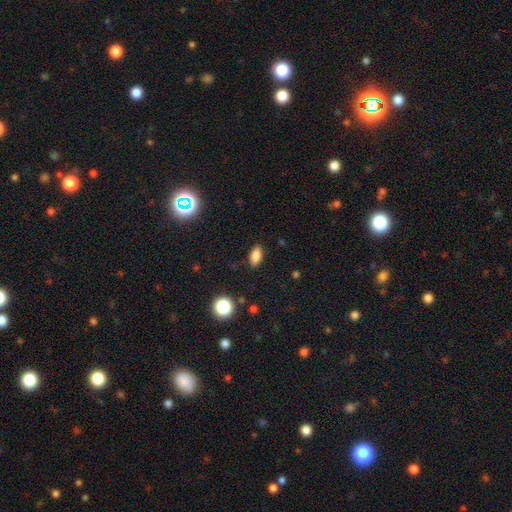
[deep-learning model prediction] The model was most divided on "smooth or featured": smooth: 82%, star or artifact: 10%, featured or disk: 7%. More confident: merging — none (87%); how rounded — in between (85%).